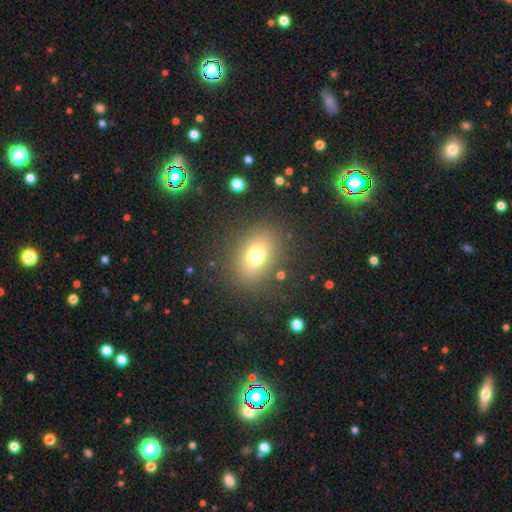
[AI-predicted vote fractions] Smooth or featured: smooth — 72% (star or artifact — 16%)
How rounded: in between — 57% (round — 42%)
Merging: none — 83% (minor disturbance — 9%)